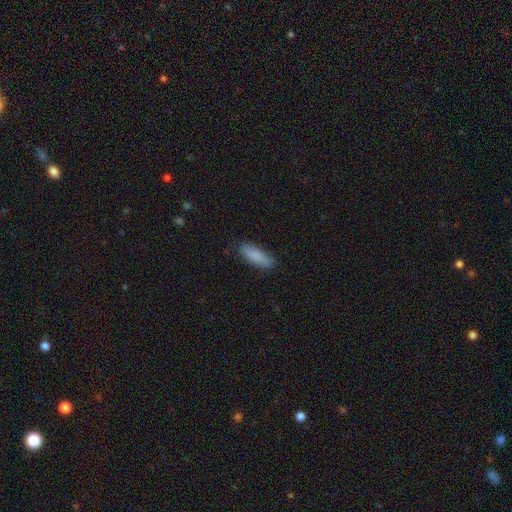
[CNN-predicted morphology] This appears to be a smooth galaxy with no disk features (88%) that is in between round and cigar-shaped (63%). Merging: none (84%).